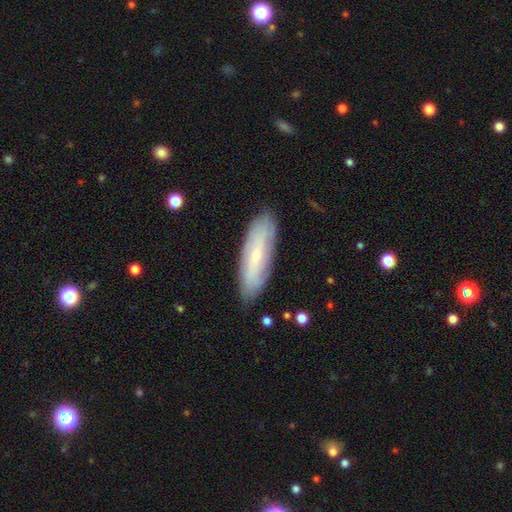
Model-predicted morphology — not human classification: Smooth or featured? smooth (47%)
Merging? none (84%)